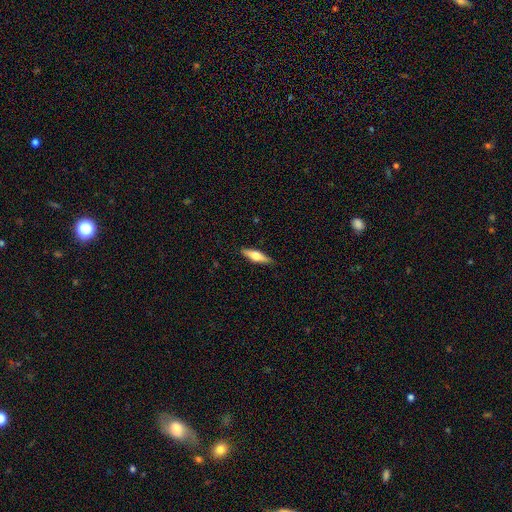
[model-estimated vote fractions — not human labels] Overall: smooth (50%; featured or disk 44%). Merging: none (89%).